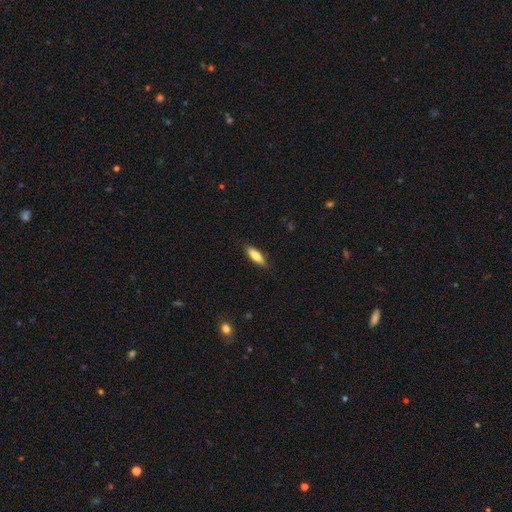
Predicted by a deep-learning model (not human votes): This is likely a smooth galaxy (76%). How rounded: possibly in between (50%). Merging: clearly none (87%).